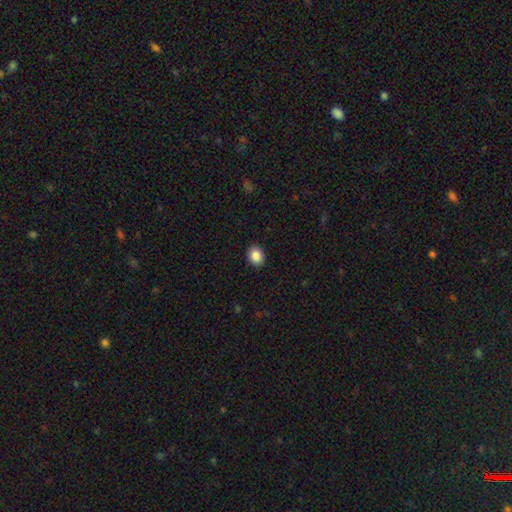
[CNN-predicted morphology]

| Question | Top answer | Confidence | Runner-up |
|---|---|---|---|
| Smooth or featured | smooth | 86% | star or artifact (9%) |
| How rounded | in between | 50% | round (49%) |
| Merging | none | 91% | minor disturbance (7%) |